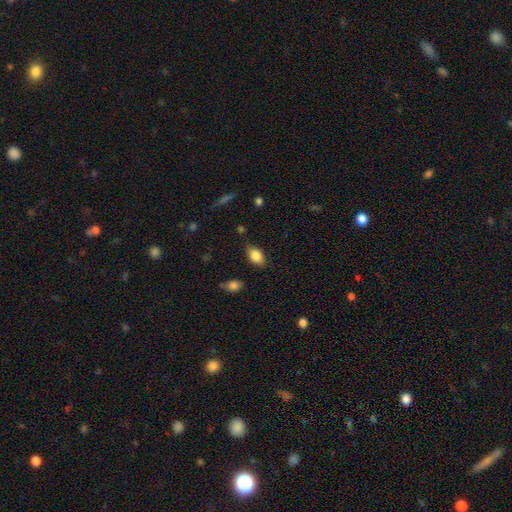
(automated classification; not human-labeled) Smooth or featured? smooth (85%)
How rounded? in between (84%)
Merging? none (76%)